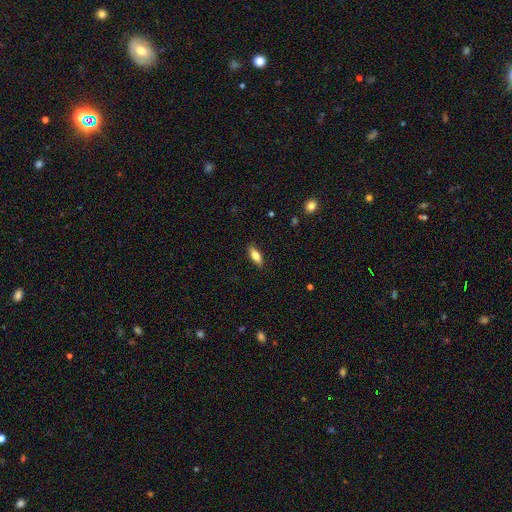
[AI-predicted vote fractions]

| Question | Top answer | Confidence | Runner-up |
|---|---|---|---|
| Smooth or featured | smooth | 77% | featured or disk (16%) |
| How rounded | in between | 71% | cigar-shaped (26%) |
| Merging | none | 87% | minor disturbance (10%) |